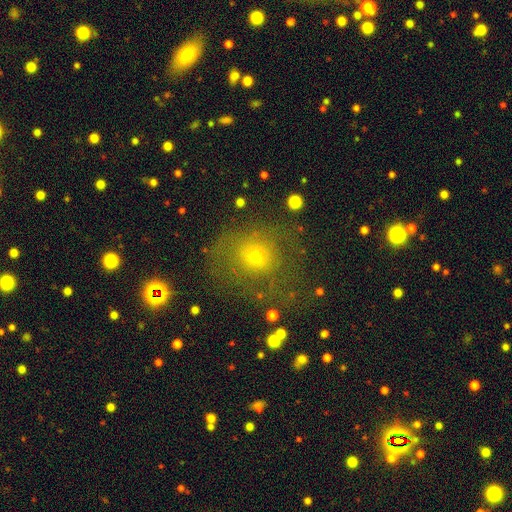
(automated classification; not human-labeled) A smooth galaxy with no disk features (58%) that is round (78%). Merging: none (63%).